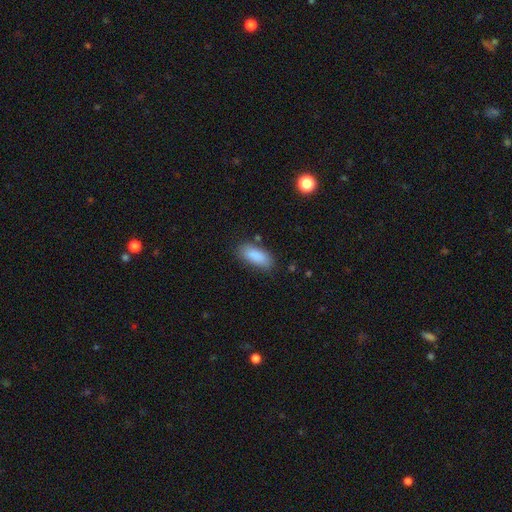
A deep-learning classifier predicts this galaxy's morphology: Smooth or featured: smooth — 88% (star or artifact — 7%)
How rounded: in between — 83% (cigar-shaped — 15%)
Merging: none — 74% (minor disturbance — 18%)